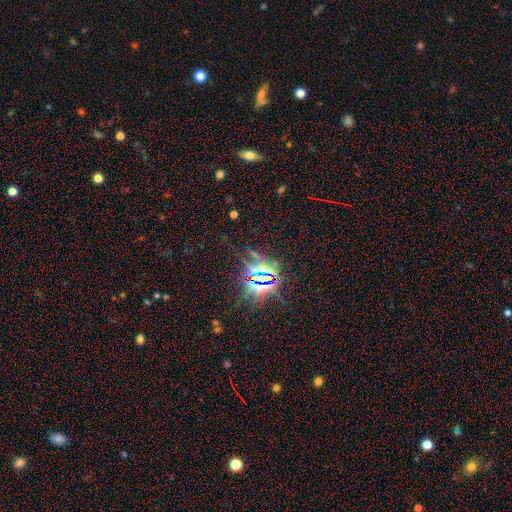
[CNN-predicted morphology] Smooth or featured? Predicted: star or artifact (p=0.82).